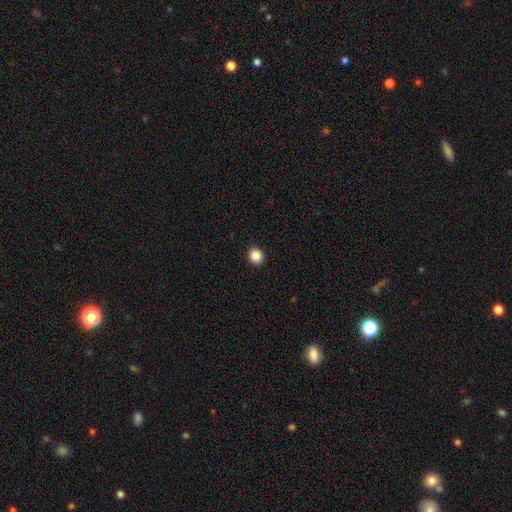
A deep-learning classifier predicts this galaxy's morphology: This appears to be a smooth galaxy with no disk features (86%) that is round (79%). Merging: none (93%).